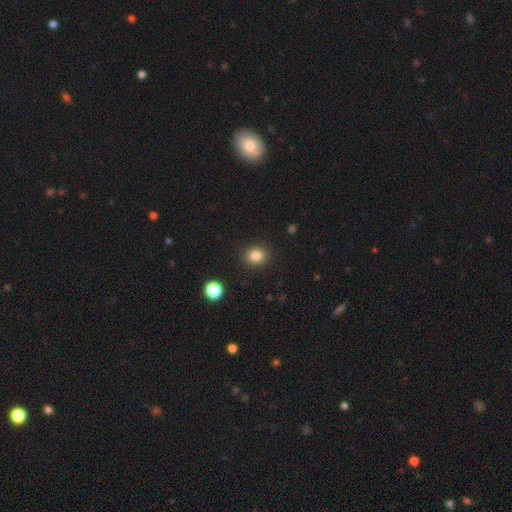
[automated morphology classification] Smooth or featured? smooth (83%)
How rounded? round (80%)
Merging? none (90%)